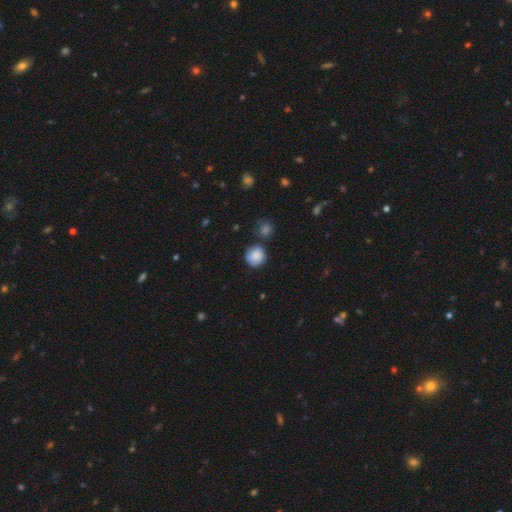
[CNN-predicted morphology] smooth 87%, star or artifact 8%, featured or disk 4%. Down the decision tree: how rounded — round (87%); merging — none (72%).